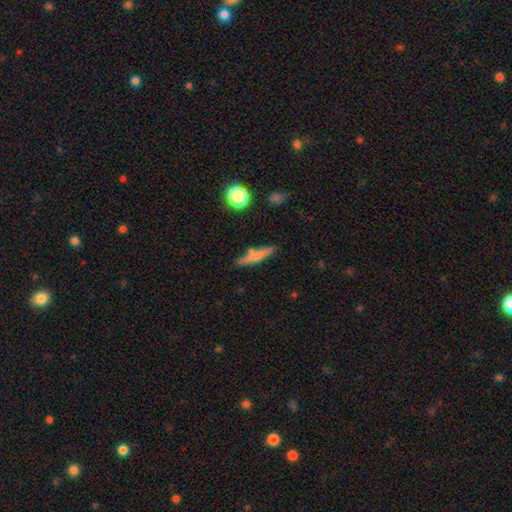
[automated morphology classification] Smooth or featured?
  - smooth: 63% *
  - featured or disk: 29%
  - star or artifact: 8%
How rounded?
  - cigar-shaped: 87% *
  - in between: 11%
  - round: 3%
Merging?
  - none: 76% *
  - minor disturbance: 14%
  - merger: 7%
  - major disturbance: 3%